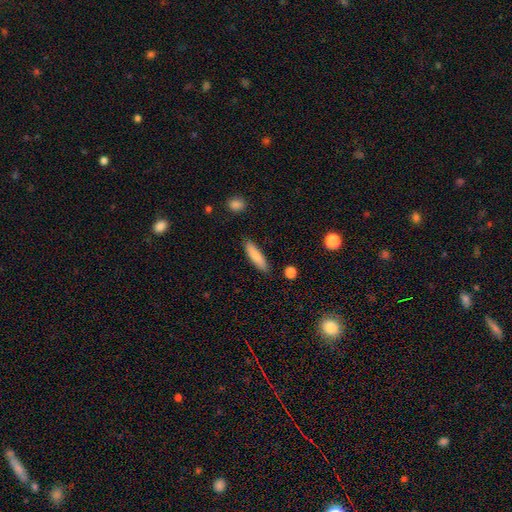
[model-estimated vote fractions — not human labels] Overall: smooth (83%). How rounded: cigar-shaped (76%). Merging: none (87%).